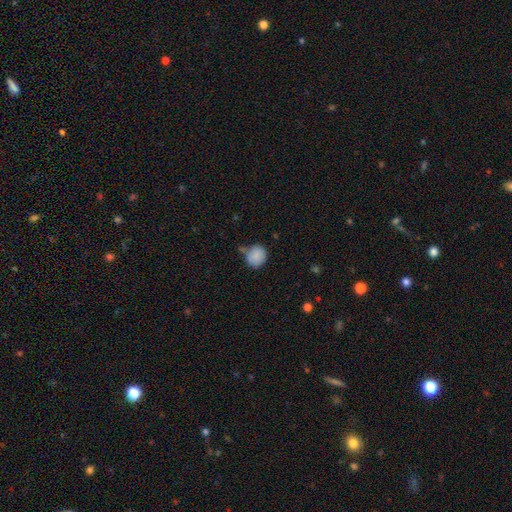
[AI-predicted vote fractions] Smooth or featured: smooth — 86% (star or artifact — 8%)
How rounded: round — 81% (in between — 18%)
Merging: none — 61% (minor disturbance — 22%)